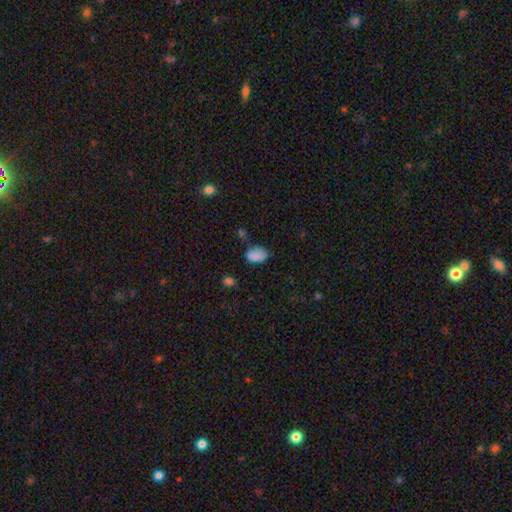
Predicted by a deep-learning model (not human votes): This appears to be a smooth galaxy with no disk features (80%) that is in between round and cigar-shaped (86%). Merging: none (54%).